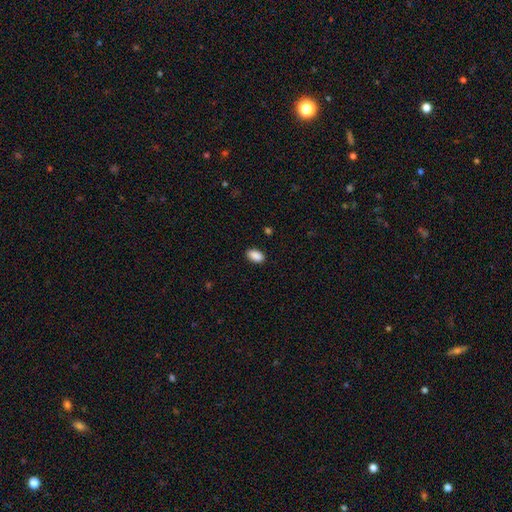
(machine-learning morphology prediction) Overall: smooth (90%). How rounded: in between (92%). Merging: none (88%).